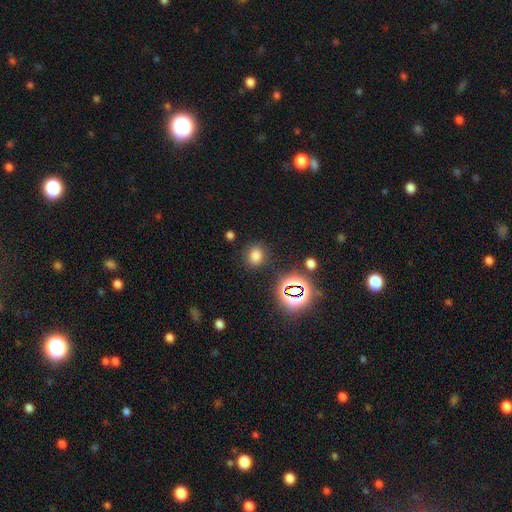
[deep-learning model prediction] Smooth or featured?
  - smooth: 71% *
  - star or artifact: 23%
  - featured or disk: 7%
How rounded?
  - round: 52% *
  - in between: 47%
  - cigar-shaped: 1%
Merging?
  - none: 81% *
  - minor disturbance: 12%
  - major disturbance: 4%
  - merger: 3%